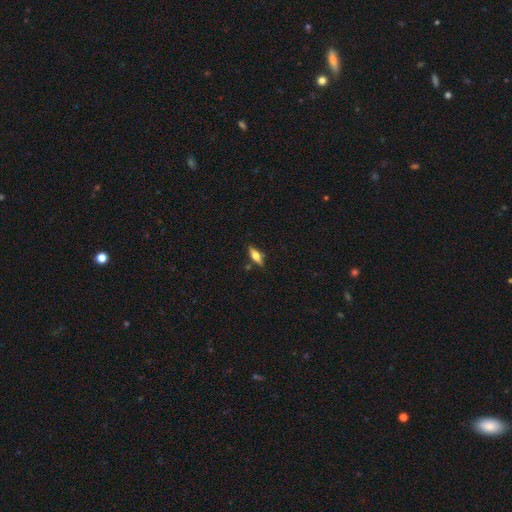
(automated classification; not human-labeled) Smooth or featured: smooth — 51% (featured or disk — 42%)
How rounded: in between — 57% (cigar-shaped — 39%)
Merging: none — 82% (minor disturbance — 12%)